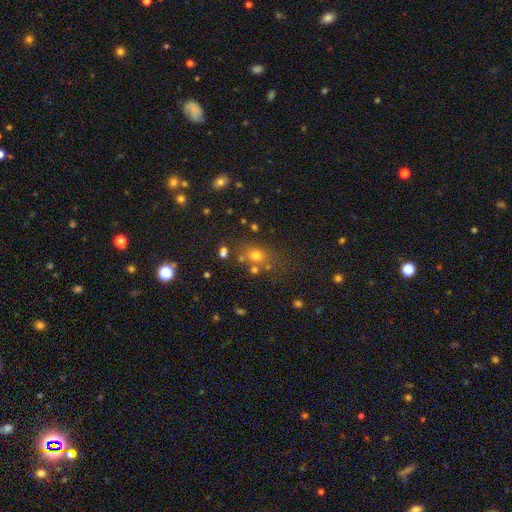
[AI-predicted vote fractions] Smooth or featured? smooth (68%)
How rounded? round (50%)
Merging? none (64%)